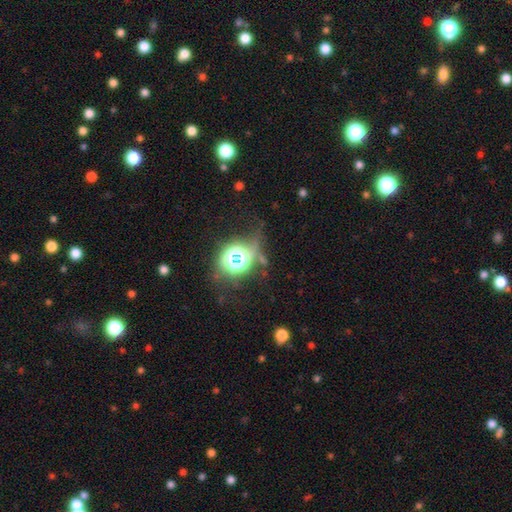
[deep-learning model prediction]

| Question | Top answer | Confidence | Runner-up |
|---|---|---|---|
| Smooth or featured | star or artifact | 65% | smooth (22%) |